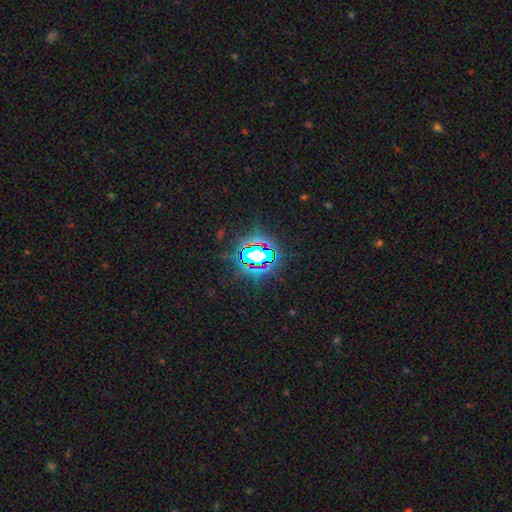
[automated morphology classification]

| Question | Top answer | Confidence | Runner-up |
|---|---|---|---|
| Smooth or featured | star or artifact | 80% | smooth (12%) |